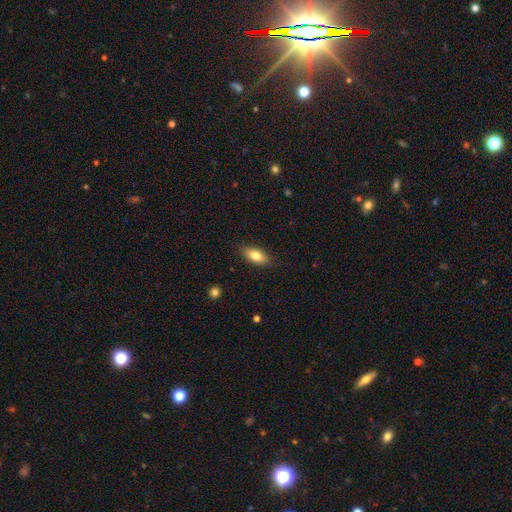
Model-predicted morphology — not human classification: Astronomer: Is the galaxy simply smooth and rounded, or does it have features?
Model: smooth — 79%.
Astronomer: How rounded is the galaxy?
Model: in between — 85%.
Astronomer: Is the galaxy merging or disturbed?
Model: none — 86%.